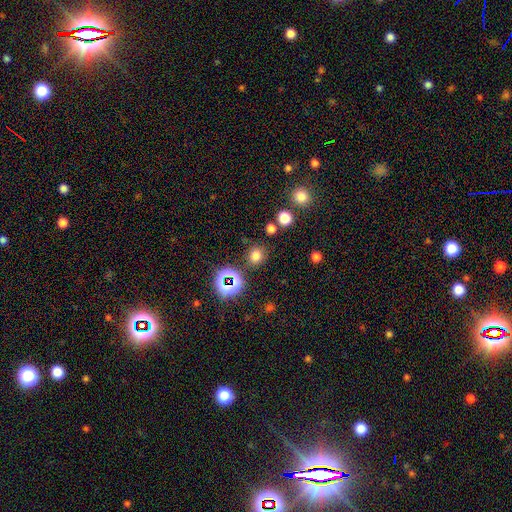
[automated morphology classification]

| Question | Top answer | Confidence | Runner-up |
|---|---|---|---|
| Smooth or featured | smooth | 70% | star or artifact (24%) |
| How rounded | round | 83% | in between (16%) |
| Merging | none | 81% | minor disturbance (10%) |